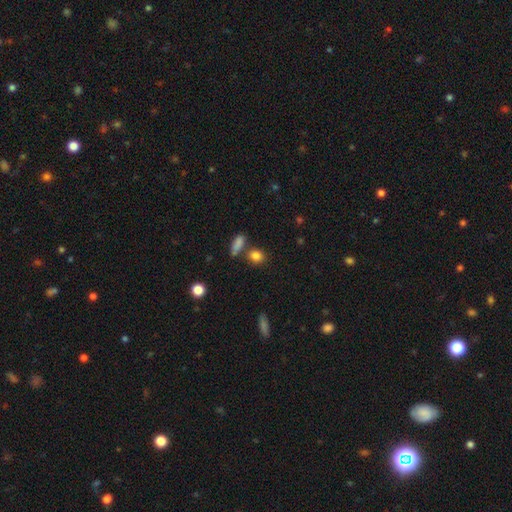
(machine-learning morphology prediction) A smooth galaxy with no disk features (84%) that is round (52%).

Vote fractions:
- Smooth or featured? smooth: 84% / star or artifact: 11% / featured or disk: 5%
- How rounded? round: 52% / in between: 44% / cigar-shaped: 4%
- Merging? none: 67% / merger: 17% / minor disturbance: 11% / major disturbance: 4%